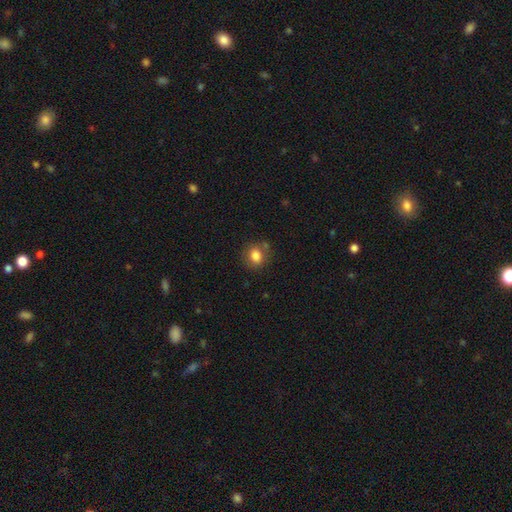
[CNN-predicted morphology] This appears to be a smooth galaxy with no disk features (82%) that is round (67%). Merging: none (75%).